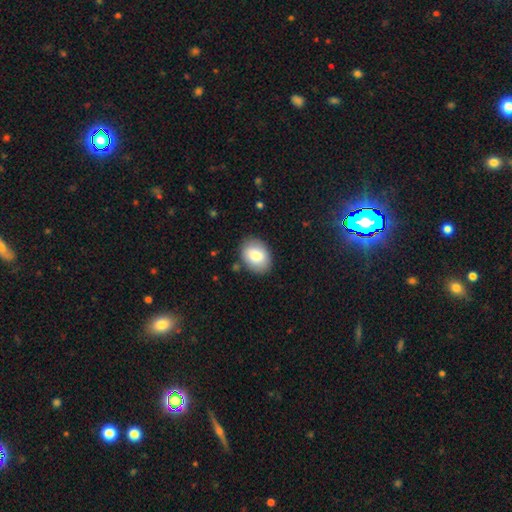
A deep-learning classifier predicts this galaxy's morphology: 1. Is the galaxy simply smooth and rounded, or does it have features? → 83% smooth, 10% featured or disk, 7% star or artifact.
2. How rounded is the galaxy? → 73% in between, 26% round, 1% cigar-shaped.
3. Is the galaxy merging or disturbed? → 84% none, 12% minor disturbance, 3% major disturbance, 2% merger.